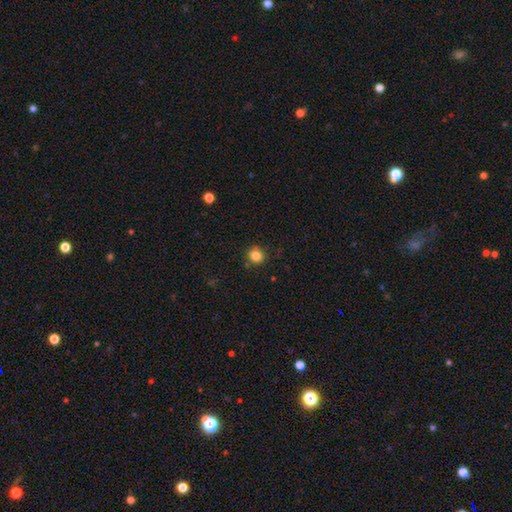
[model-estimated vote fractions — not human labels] Overall: smooth (84%). How rounded: round (86%). Merging: none (86%).